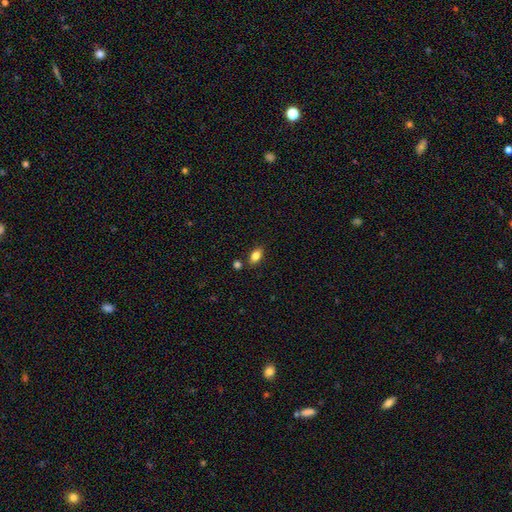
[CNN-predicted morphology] This appears to be a smooth galaxy with no disk features (81%) that is in between round and cigar-shaped (87%). Merging: none (80%).